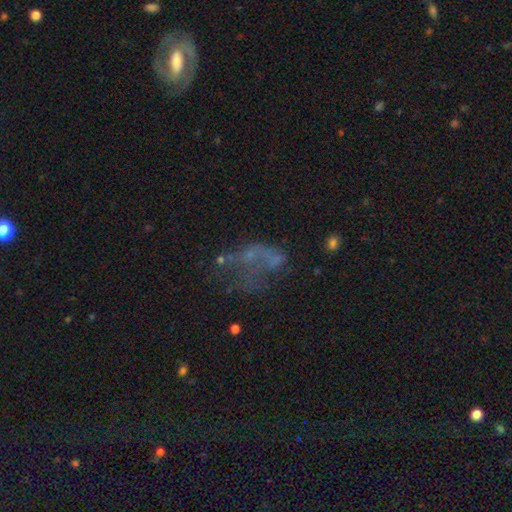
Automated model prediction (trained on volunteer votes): featured or disk 45%, smooth 30%, star or artifact 24%. Down the decision tree: merging — major disturbance (41%).